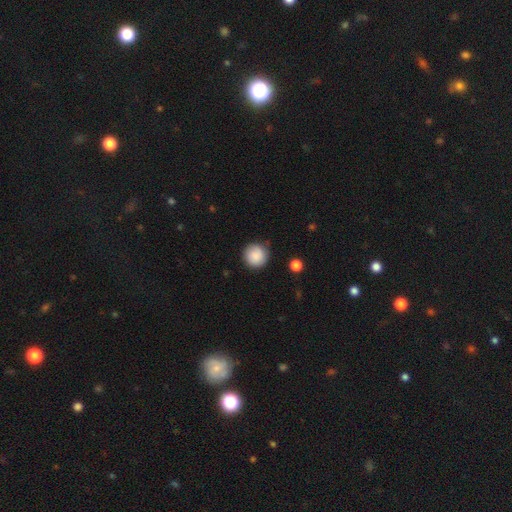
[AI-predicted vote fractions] Smooth or featured: smooth — 87% (star or artifact — 7%)
How rounded: round — 95% (in between — 4%)
Merging: none — 86% (minor disturbance — 10%)